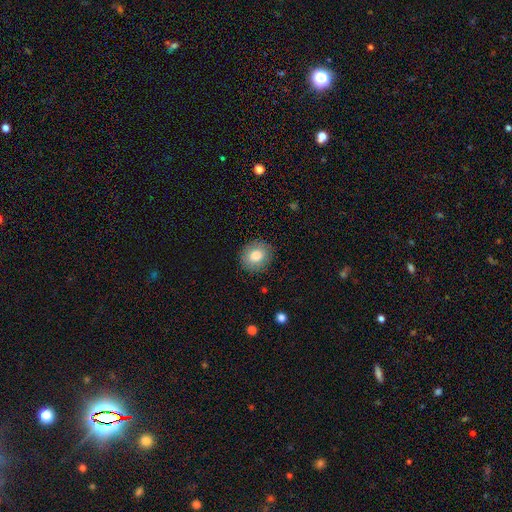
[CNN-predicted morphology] Smooth or featured: smooth — 81% (featured or disk — 10%)
How rounded: round — 76% (in between — 23%)
Merging: none — 88% (minor disturbance — 8%)